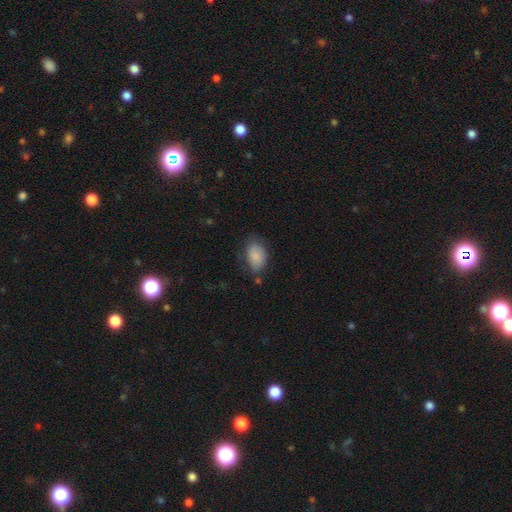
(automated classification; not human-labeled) Smooth or featured?
  - smooth: 82% *
  - featured or disk: 11%
  - star or artifact: 7%
How rounded?
  - in between: 88% *
  - round: 11%
  - cigar-shaped: 1%
Merging?
  - none: 59% *
  - minor disturbance: 29%
  - major disturbance: 9%
  - merger: 3%